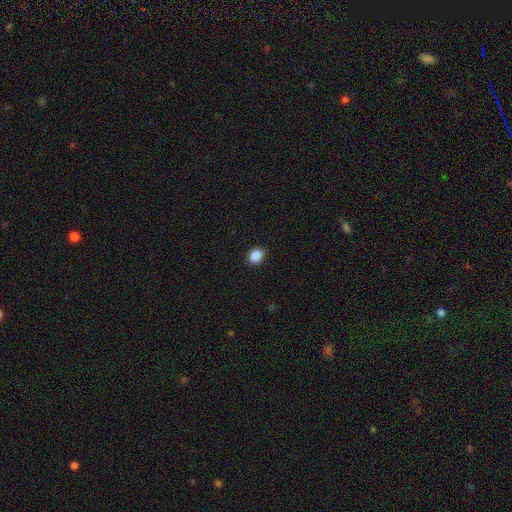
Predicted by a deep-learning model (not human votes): smooth_or_featured: smooth (p=0.87) [alt: star or artifact p=0.09]
how_rounded: in between (p=0.50) [alt: round p=0.49]
merging: none (p=0.89) [alt: minor disturbance p=0.09]